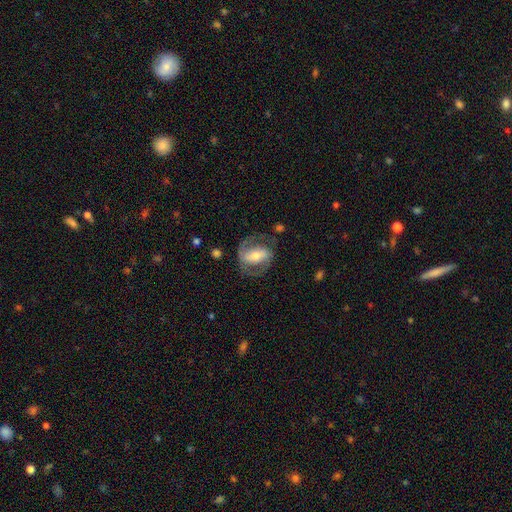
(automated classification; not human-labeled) The model was most divided on "bar": strong: 51%, weak: 30%, no: 19%. More confident: edge-on disk — no (96%); spiral arms — yes (88%); spiral arm count — 2 (86%); smooth or featured — featured or disk (78%); merging — none (71%); bulge size — moderate (54%); spiral winding — medium (53%).